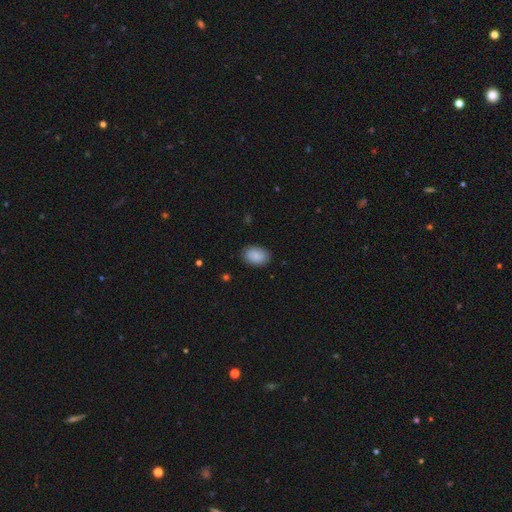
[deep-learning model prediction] A smooth galaxy with no disk features (89%) that is in between round and cigar-shaped (86%). Merging: none (87%).